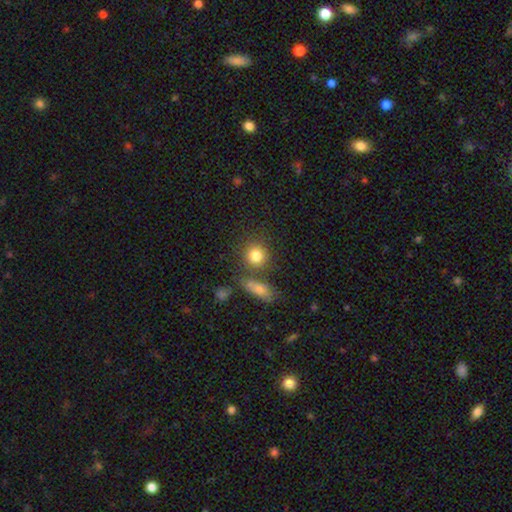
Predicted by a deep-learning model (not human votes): Morphology: type=smooth (82%); roundness=round (83%); merging=none (70%).